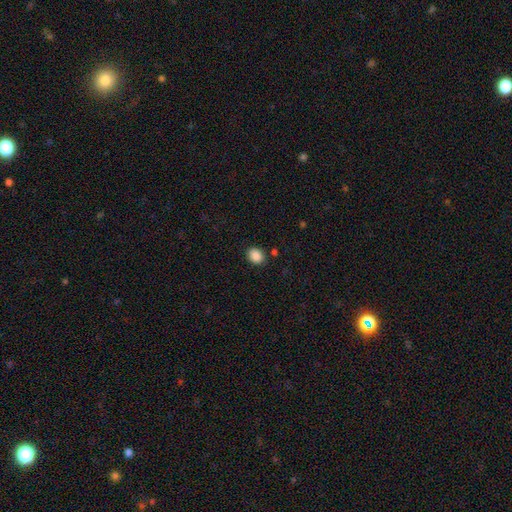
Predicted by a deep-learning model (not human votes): smooth 88%, star or artifact 9%, featured or disk 3%. Down the decision tree: how rounded — round (55%); merging — none (86%).